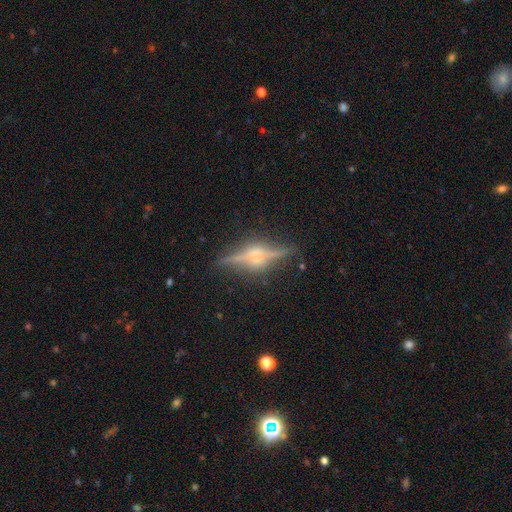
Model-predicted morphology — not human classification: type=featured or disk (84%); edge-on=yes (96%); edge-on bulge=rounded (86%); merging=none (82%).